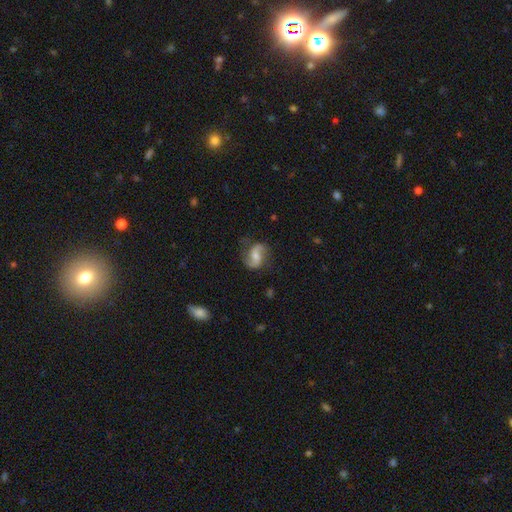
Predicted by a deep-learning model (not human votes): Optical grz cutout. It shows a featured or disk galaxy (74%) with a weak bar (44%), 2 (91%) loose (65%) spiral arms (94%) and a moderate central bulge (47%). Merging: none (72%).